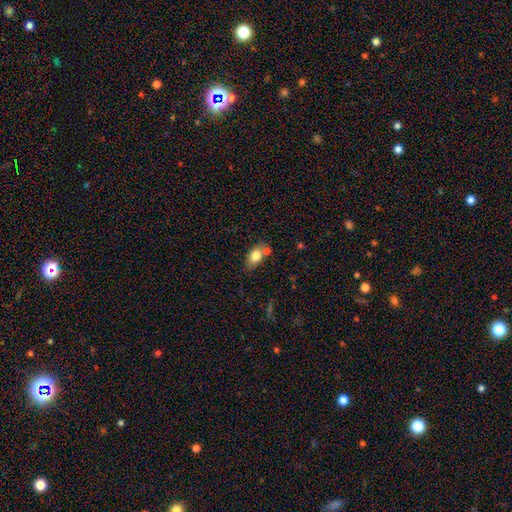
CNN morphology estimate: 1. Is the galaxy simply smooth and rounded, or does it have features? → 78% smooth, 14% featured or disk, 8% star or artifact.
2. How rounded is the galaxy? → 84% in between, 12% round, 4% cigar-shaped.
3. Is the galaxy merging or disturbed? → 60% none, 20% merger, 16% minor disturbance, 4% major disturbance.